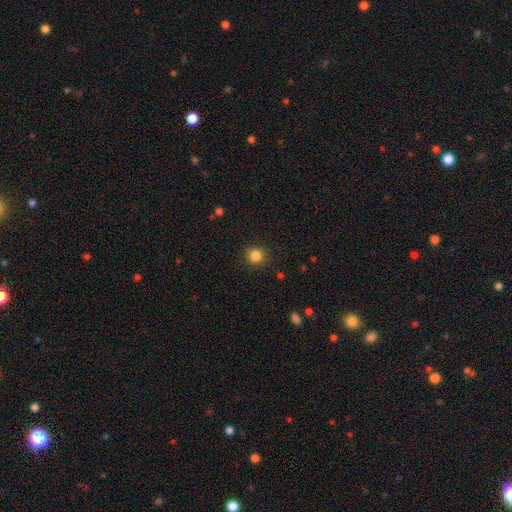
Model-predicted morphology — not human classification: smooth_or_featured: smooth (p=0.85) [alt: star or artifact p=0.12]
how_rounded: round (p=0.92) [alt: in between p=0.07]
merging: none (p=0.90) [alt: minor disturbance p=0.07]